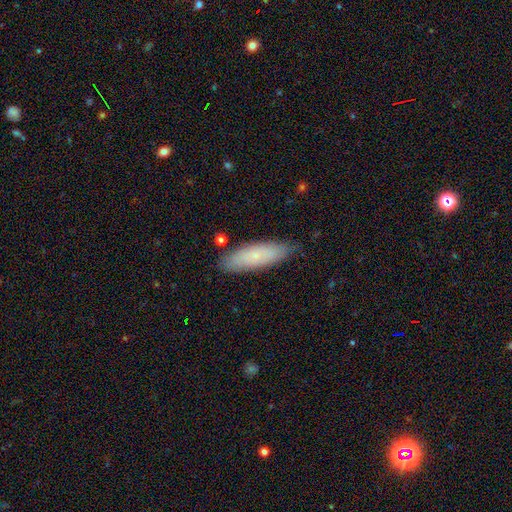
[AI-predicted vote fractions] smooth-or-featured: smooth: 70% | featured or disk: 24% | star or artifact: 6%
  how-rounded: in between: 52% | cigar-shaped: 46% | round: 2%
  merging: none: 80% | minor disturbance: 16% | major disturbance: 3% | merger: 2%